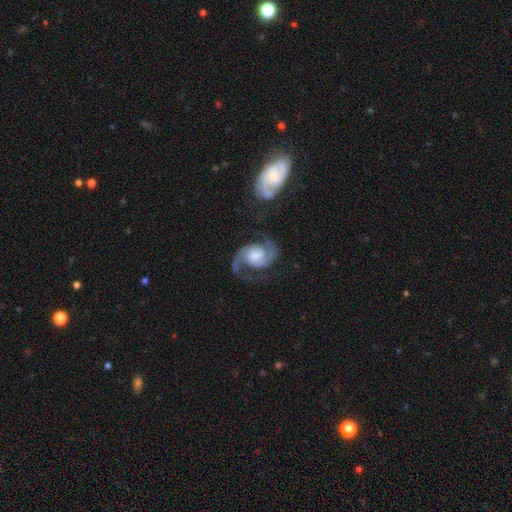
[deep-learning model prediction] Q: Smooth or featured?
A: featured or disk (91%); runner-up: smooth (4%)
Q: Edge-on disk?
A: no (98%); runner-up: yes (2%)
Q: Bar?
A: no (59%); runner-up: weak (33%)
Q: Spiral arms?
A: yes (98%); runner-up: no (2%)
Q: Spiral winding?
A: medium (57%); runner-up: loose (28%)
Q: Spiral arm count?
A: 2 (94%); runner-up: 1 (1%)
Q: Bulge size?
A: moderate (40%); runner-up: large (25%)
Q: Merging?
A: none (73%); runner-up: minor disturbance (15%)